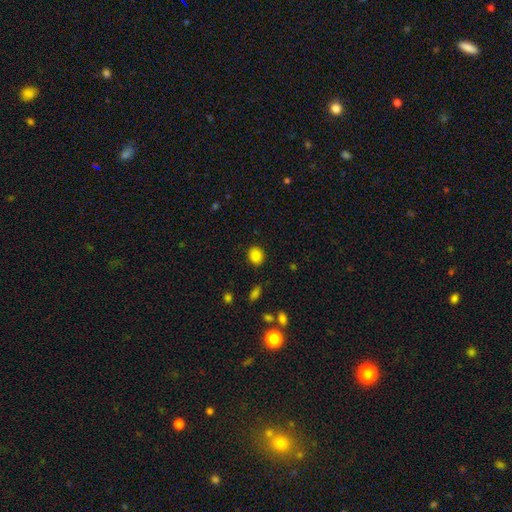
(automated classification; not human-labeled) Smooth or featured? Predicted: smooth (p=0.86). How rounded? Predicted: round (p=0.59). Merging? Predicted: none (p=0.87).